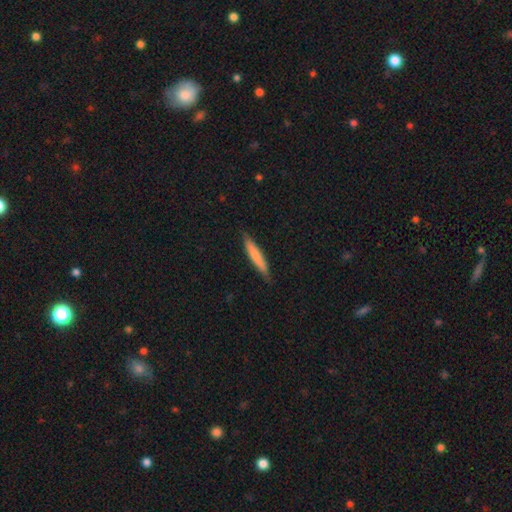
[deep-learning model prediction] Overall: smooth (73%). How rounded: cigar-shaped (92%). Merging: none (85%).